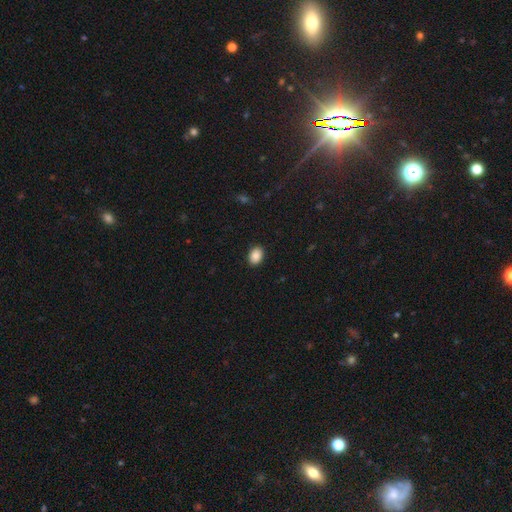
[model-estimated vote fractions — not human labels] A smooth galaxy with no disk features (88%) that is in between round and cigar-shaped (76%). Merging: none (90%).